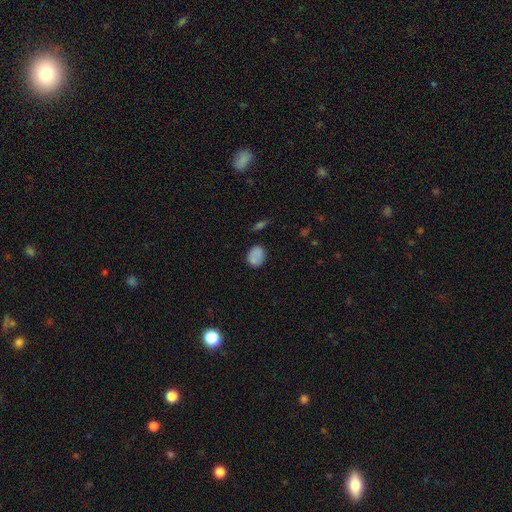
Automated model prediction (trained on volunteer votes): Overall: smooth (81%). How rounded: round (53%; in between 46%). Merging: none (68%).